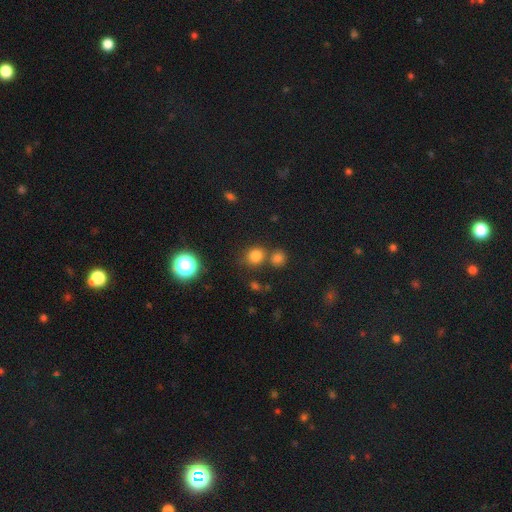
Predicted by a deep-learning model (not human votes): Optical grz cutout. It shows a smooth galaxy with no disk features (78%) that is round (76%). Merging: none (65%).